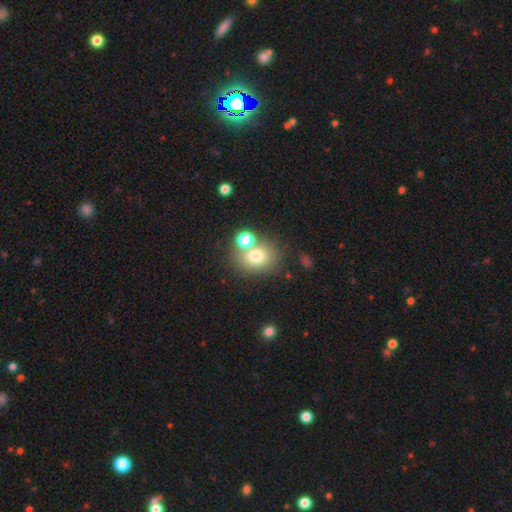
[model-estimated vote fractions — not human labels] smooth-or-featured: smooth: 73% | featured or disk: 14% | star or artifact: 13%
  how-rounded: round: 63% | in between: 36% | cigar-shaped: 1%
  merging: none: 57% | merger: 27% | minor disturbance: 11% | major disturbance: 5%